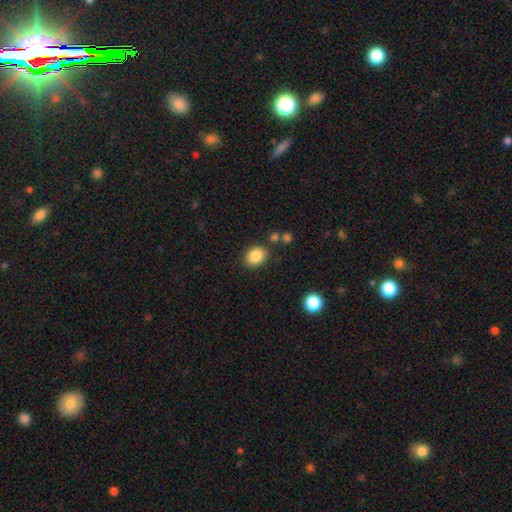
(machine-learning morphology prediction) Q: Smooth or featured?
A: smooth (86%); runner-up: star or artifact (9%)
Q: How rounded?
A: in between (67%); runner-up: round (32%)
Q: Merging?
A: none (81%); runner-up: minor disturbance (11%)